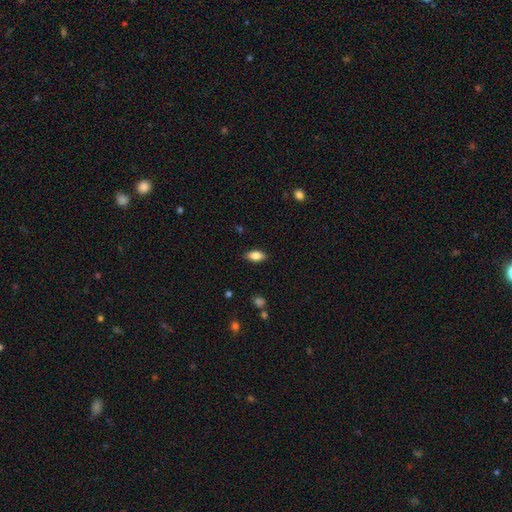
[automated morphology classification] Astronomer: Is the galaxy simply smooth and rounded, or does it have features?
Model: smooth — 80%.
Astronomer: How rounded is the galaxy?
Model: in between — 88%.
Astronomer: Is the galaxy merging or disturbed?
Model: none — 87%.